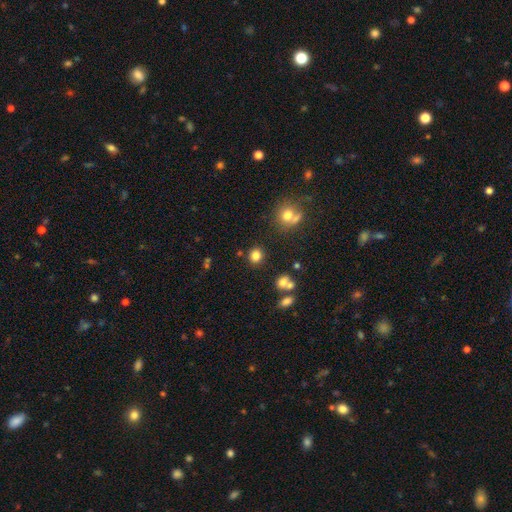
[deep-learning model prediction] Smooth or featured?
  - smooth: 80% *
  - star or artifact: 14%
  - featured or disk: 6%
How rounded?
  - round: 82% *
  - in between: 16%
  - cigar-shaped: 1%
Merging?
  - none: 83% *
  - minor disturbance: 8%
  - merger: 5%
  - major disturbance: 3%